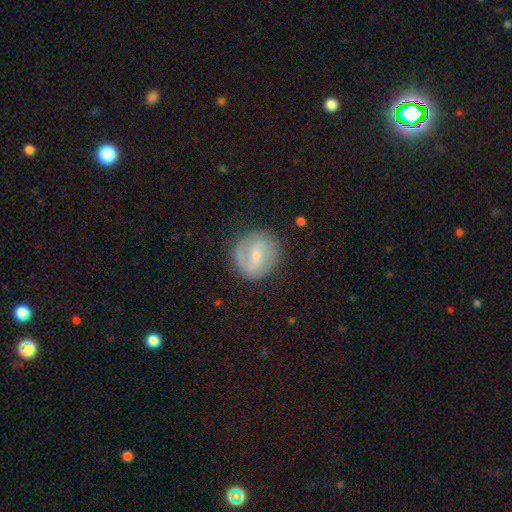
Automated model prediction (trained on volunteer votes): Q: Smooth or featured?
A: featured or disk (69%); runner-up: smooth (25%)
Q: Edge-on disk?
A: no (98%); runner-up: yes (2%)
Q: Bar?
A: weak (56%); runner-up: no (27%)
Q: Spiral arms?
A: yes (89%); runner-up: no (11%)
Q: Spiral winding?
A: medium (45%); runner-up: tight (30%)
Q: Spiral arm count?
A: 2 (71%); runner-up: 1 (14%)
Q: Bulge size?
A: small (59%); runner-up: moderate (35%)
Q: Merging?
A: none (79%); runner-up: minor disturbance (14%)